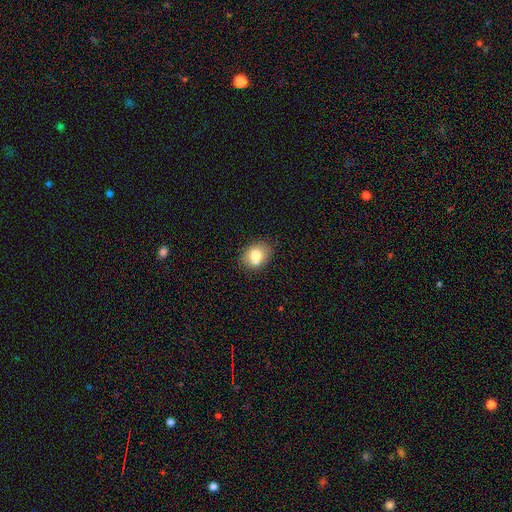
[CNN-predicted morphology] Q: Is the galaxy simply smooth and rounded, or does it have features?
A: smooth — 74%.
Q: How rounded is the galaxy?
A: in between — 52%.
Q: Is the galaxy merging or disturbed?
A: none — 63%.